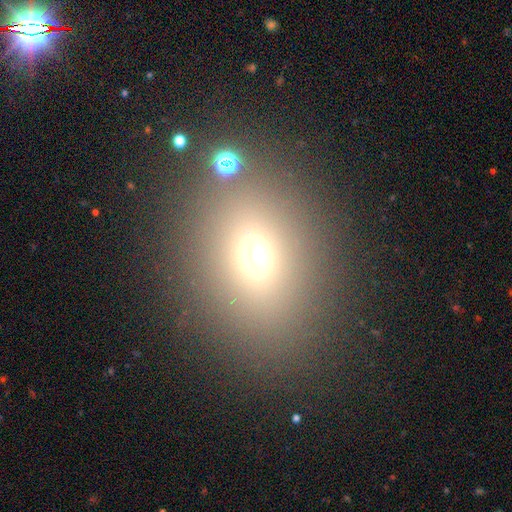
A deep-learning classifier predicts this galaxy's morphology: A smooth galaxy with no disk features (68%) that is in between round and cigar-shaped (53%).

Vote fractions:
- Smooth or featured? smooth: 68% / star or artifact: 21% / featured or disk: 11%
- How rounded? in between: 53% / round: 45% / cigar-shaped: 2%
- Merging? none: 81% / minor disturbance: 8% / merger: 6% / major disturbance: 5%